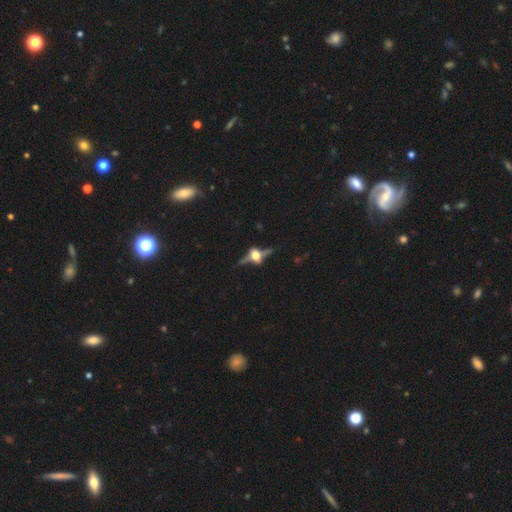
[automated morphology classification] featured or disk 74%, smooth 14%, star or artifact 12%. Down the decision tree: edge-on disk — yes (90%); edge-on bulge — rounded (95%); merging — none (72%).